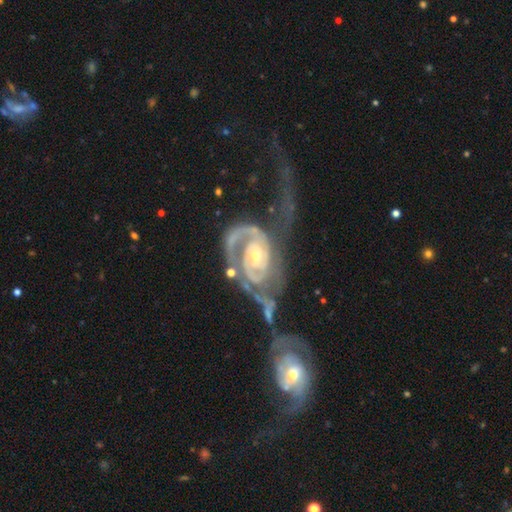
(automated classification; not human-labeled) Smooth or featured? Predicted: featured or disk (p=0.92). Edge-on disk? Predicted: no (p=0.97). Bar? Predicted: no (p=0.62). Spiral arms? Predicted: yes (p=0.97). Spiral winding? Predicted: tight (p=0.61). Spiral arm count? Predicted: 2 (p=0.54). Bulge size? Predicted: small (p=0.57). Merging? Predicted: major disturbance (p=0.43).